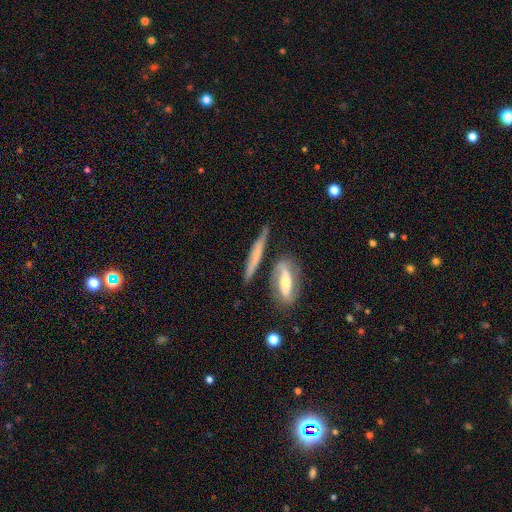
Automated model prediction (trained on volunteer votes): Smooth or featured? featured or disk (53%)
Edge-on disk? yes (73%)
Merging? none (62%)